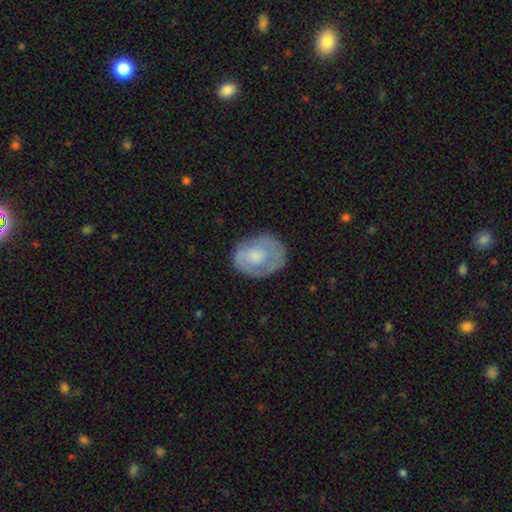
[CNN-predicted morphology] Smooth or featured? featured or disk (48%)
Merging? none (65%)